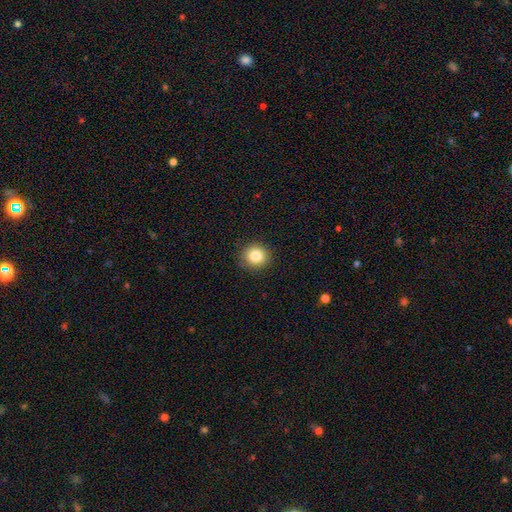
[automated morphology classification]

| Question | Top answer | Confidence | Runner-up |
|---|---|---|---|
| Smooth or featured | smooth | 83% | star or artifact (11%) |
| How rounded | round | 88% | in between (11%) |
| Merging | none | 90% | minor disturbance (7%) |